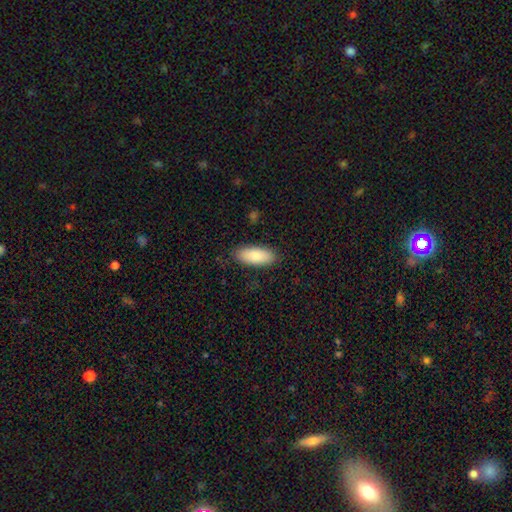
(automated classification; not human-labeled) This is clearly a smooth galaxy (83%). How rounded: clearly in between (85%). Merging: clearly none (85%).